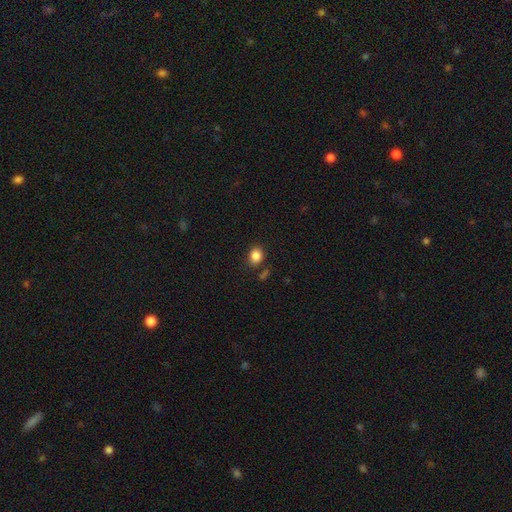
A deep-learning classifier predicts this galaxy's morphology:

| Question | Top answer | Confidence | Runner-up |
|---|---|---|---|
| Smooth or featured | smooth | 85% | star or artifact (10%) |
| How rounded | round | 57% | in between (42%) |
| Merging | none | 81% | minor disturbance (11%) |